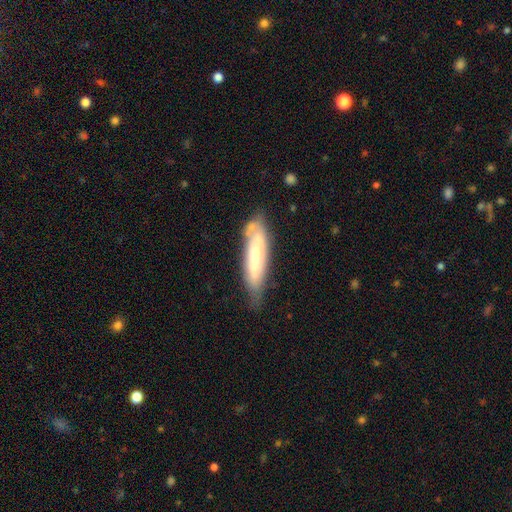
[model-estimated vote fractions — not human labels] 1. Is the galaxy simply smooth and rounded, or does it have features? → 57% smooth, 36% featured or disk, 7% star or artifact.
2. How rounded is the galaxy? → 77% cigar-shaped, 21% in between, 1% round.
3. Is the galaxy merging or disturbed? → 55% none, 29% minor disturbance, 9% major disturbance, 7% merger.